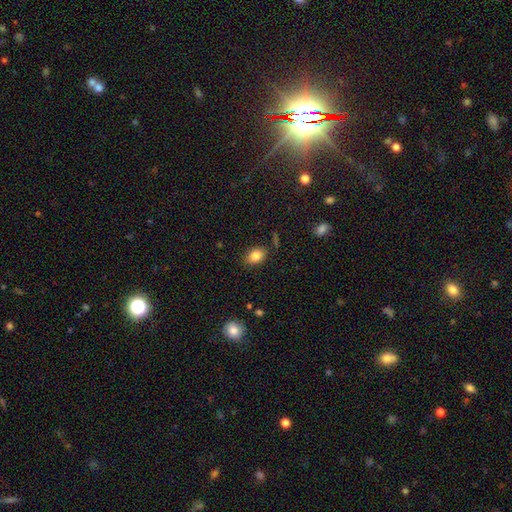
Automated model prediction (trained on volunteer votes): Q: Smooth or featured?
A: smooth (83%); runner-up: star or artifact (9%)
Q: How rounded?
A: in between (74%); runner-up: round (25%)
Q: Merging?
A: none (83%); runner-up: minor disturbance (12%)